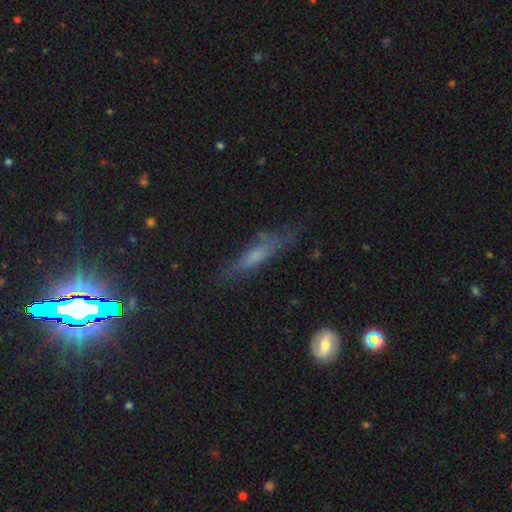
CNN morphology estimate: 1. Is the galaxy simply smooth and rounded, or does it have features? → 47% smooth, 40% featured or disk, 13% star or artifact.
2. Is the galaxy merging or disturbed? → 64% none, 23% minor disturbance, 10% major disturbance, 3% merger.